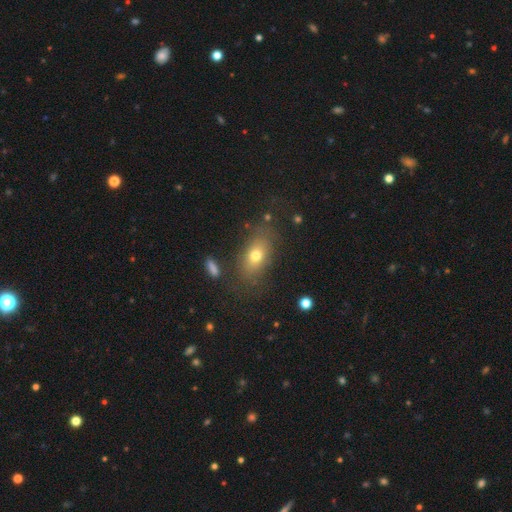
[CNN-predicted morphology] Smooth or featured? Predicted: smooth (p=0.70). How rounded? Predicted: in between (p=0.79). Merging? Predicted: none (p=0.75).